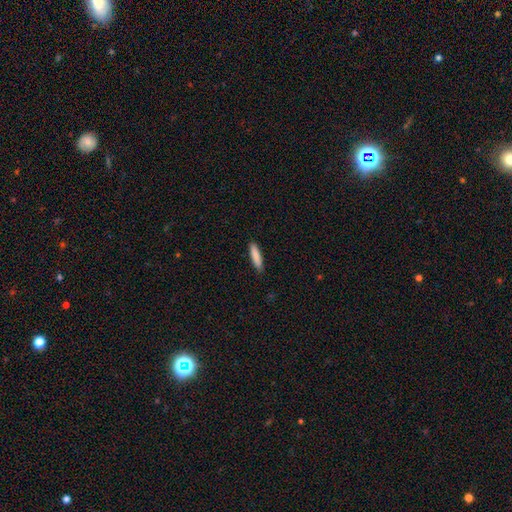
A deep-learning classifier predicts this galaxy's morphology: Smooth or featured? Predicted: smooth (p=0.87). How rounded? Predicted: cigar-shaped (p=0.83). Merging? Predicted: none (p=0.89).